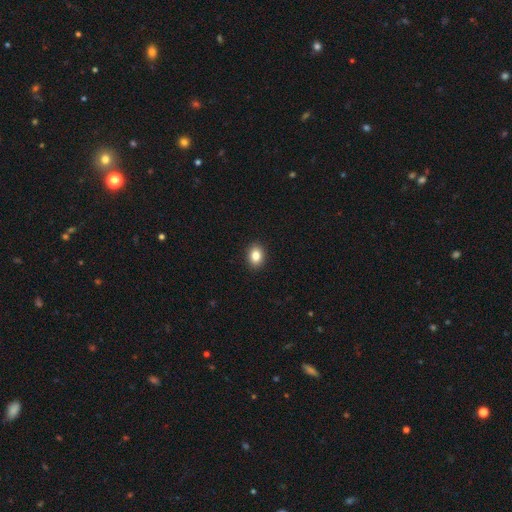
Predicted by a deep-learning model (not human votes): Q: Smooth or featured?
A: smooth (84%); runner-up: star or artifact (10%)
Q: How rounded?
A: in between (64%); runner-up: round (35%)
Q: Merging?
A: none (91%); runner-up: minor disturbance (6%)